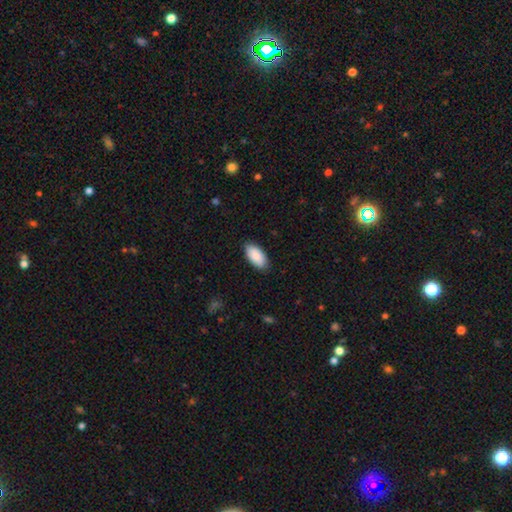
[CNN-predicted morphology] smooth-or-featured: smooth: 89% | star or artifact: 6% | featured or disk: 5%
  how-rounded: in between: 95% | cigar-shaped: 3% | round: 2%
  merging: none: 87% | minor disturbance: 10% | major disturbance: 2% | merger: 1%